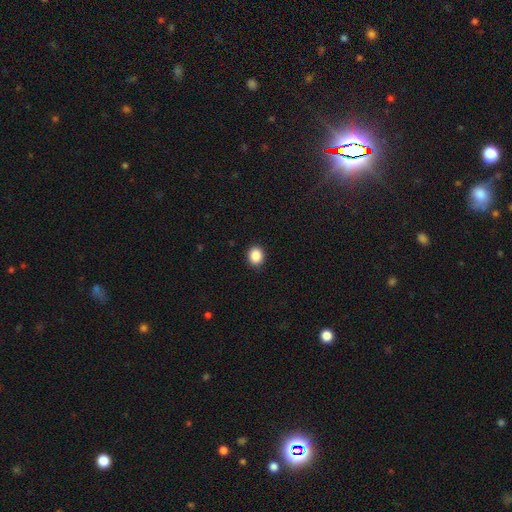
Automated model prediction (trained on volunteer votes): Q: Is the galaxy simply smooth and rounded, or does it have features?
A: smooth — 88%.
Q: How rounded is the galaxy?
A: round — 69%.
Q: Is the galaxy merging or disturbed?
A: none — 91%.